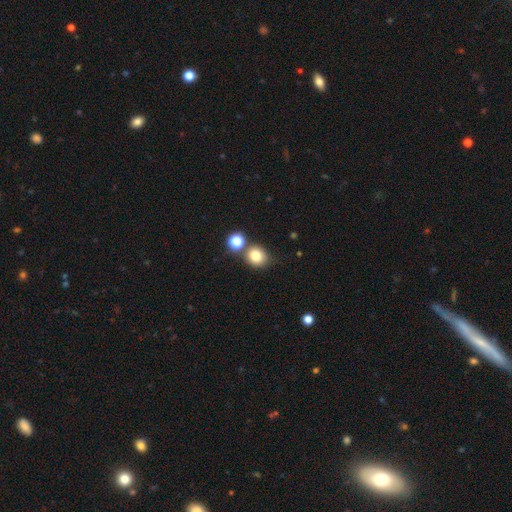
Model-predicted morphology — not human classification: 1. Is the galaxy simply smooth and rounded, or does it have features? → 81% smooth, 12% star or artifact, 7% featured or disk.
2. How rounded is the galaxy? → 79% round, 20% in between, 1% cigar-shaped.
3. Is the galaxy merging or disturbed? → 65% none, 19% merger, 12% minor disturbance, 4% major disturbance.